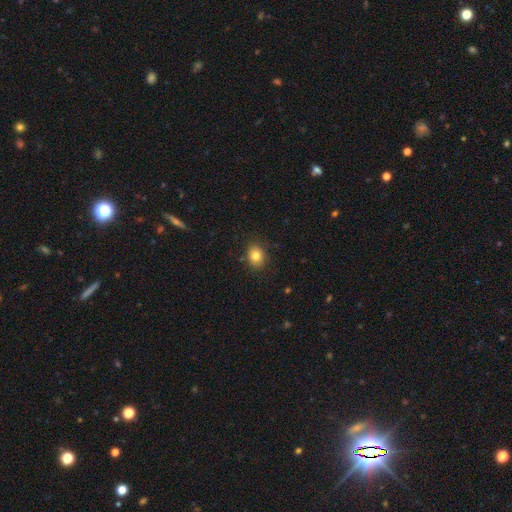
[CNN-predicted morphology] smooth 82%, star or artifact 11%, featured or disk 8%. Down the decision tree: how rounded — round (53%); merging — none (86%).